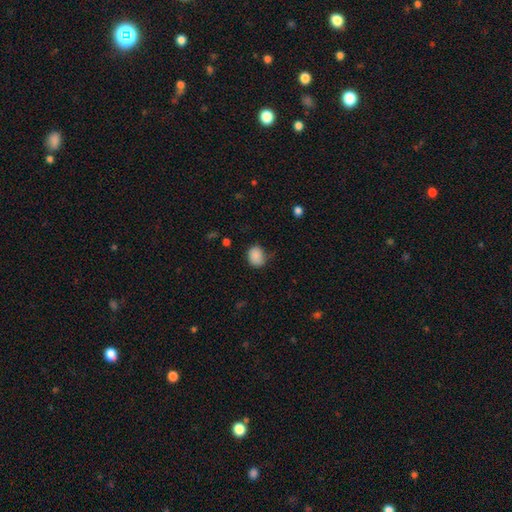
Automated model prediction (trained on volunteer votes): Morphology: type=smooth (86%); roundness=in between (50%); merging=none (61%).